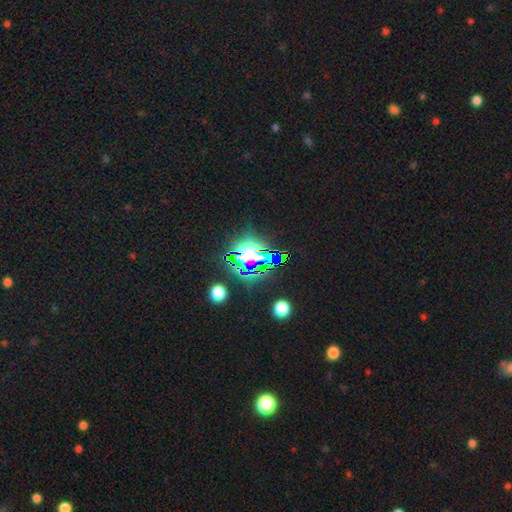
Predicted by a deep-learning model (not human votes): This appears to be a star or artifact, not a galaxy (71%).